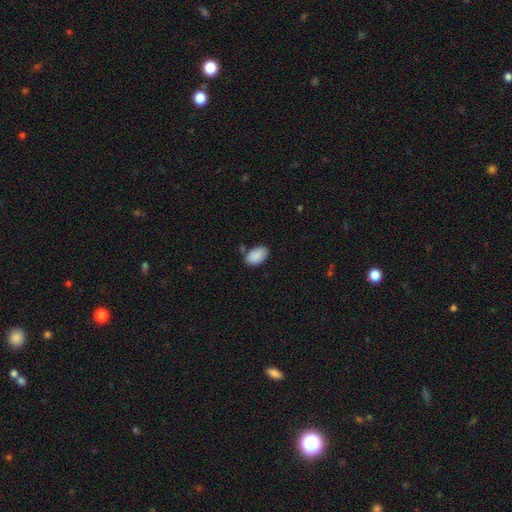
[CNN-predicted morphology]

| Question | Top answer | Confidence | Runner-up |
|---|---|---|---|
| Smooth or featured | smooth | 89% | star or artifact (6%) |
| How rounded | in between | 93% | round (6%) |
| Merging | none | 71% | minor disturbance (19%) |